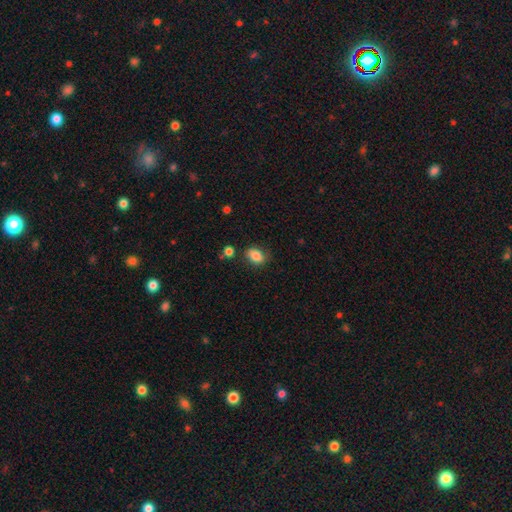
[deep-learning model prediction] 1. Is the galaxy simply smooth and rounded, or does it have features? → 85% smooth, 9% star or artifact, 6% featured or disk.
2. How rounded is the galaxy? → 77% in between, 21% round, 1% cigar-shaped.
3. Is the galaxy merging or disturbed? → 77% none, 15% minor disturbance, 4% merger, 4% major disturbance.